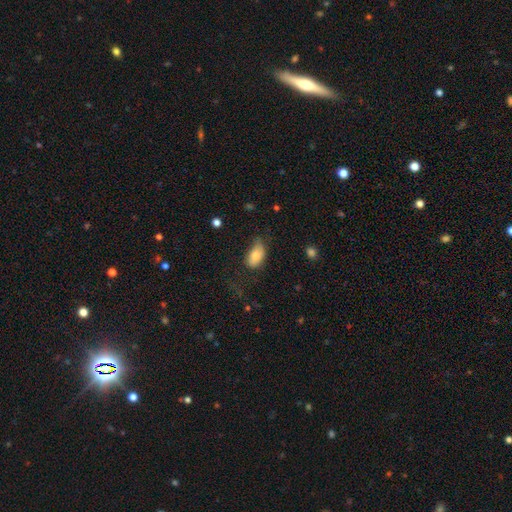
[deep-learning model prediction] This appears to be a smooth galaxy with no disk features (80%) that is in between round and cigar-shaped (92%). Merging: none (47%).